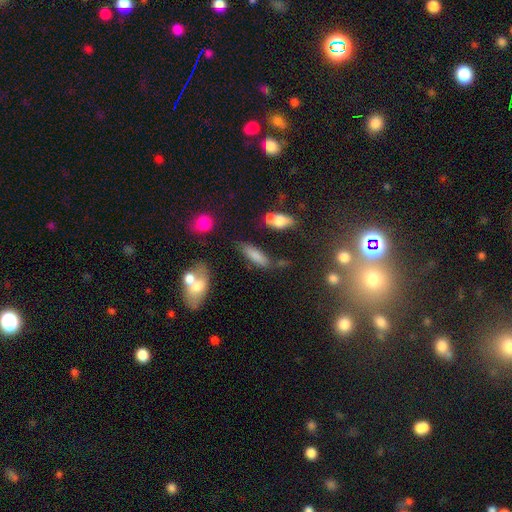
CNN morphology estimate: smooth-or-featured: smooth: 76% | featured or disk: 14% | star or artifact: 10%
  how-rounded: cigar-shaped: 56% | in between: 42% | round: 3%
  merging: none: 66% | minor disturbance: 18% | merger: 10% | major disturbance: 6%